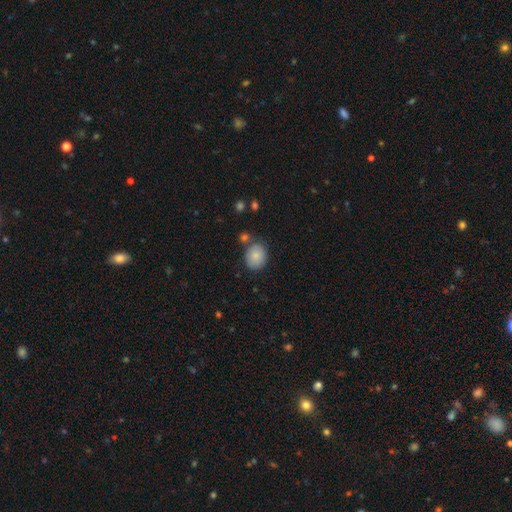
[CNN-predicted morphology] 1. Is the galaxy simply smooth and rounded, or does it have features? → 84% smooth, 8% featured or disk, 8% star or artifact.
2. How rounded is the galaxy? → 58% round, 41% in between, 1% cigar-shaped.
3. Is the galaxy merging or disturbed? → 72% none, 15% minor disturbance, 9% merger, 4% major disturbance.